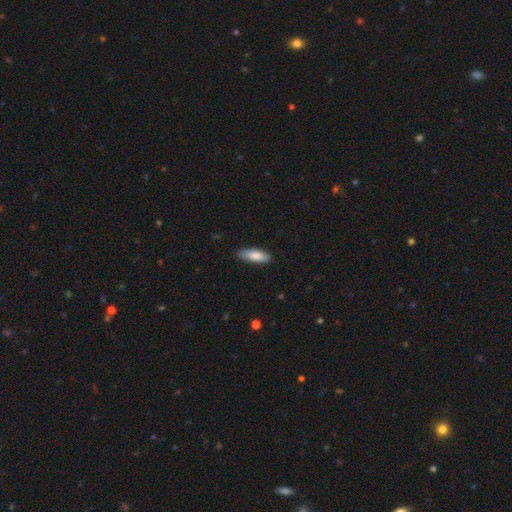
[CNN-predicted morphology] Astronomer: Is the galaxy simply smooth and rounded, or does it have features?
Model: smooth — 84%.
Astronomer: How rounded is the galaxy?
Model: in between — 59% (runner-up: cigar-shaped, 39%).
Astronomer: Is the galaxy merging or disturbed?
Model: none — 82%.